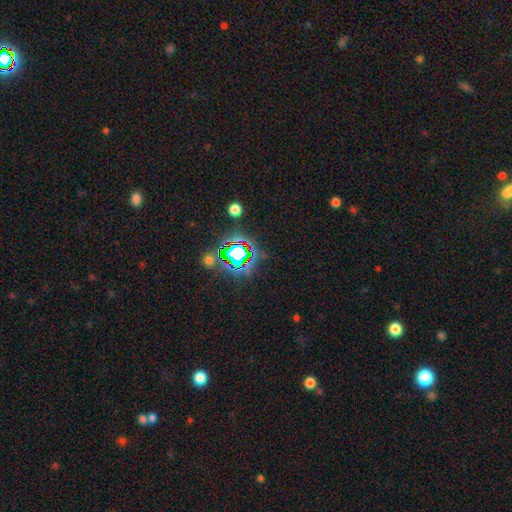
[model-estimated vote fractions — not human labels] smooth-or-featured: star or artifact: 79% | smooth: 12% | featured or disk: 8%